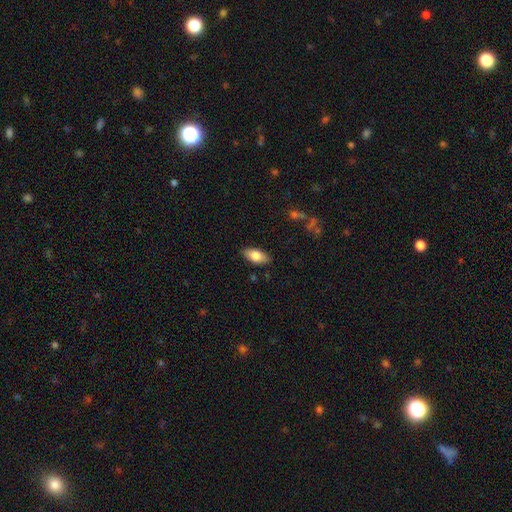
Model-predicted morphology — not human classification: Smooth or featured?
  - smooth: 80% *
  - featured or disk: 13%
  - star or artifact: 7%
How rounded?
  - in between: 90% *
  - cigar-shaped: 7%
  - round: 3%
Merging?
  - none: 86% *
  - minor disturbance: 10%
  - major disturbance: 2%
  - merger: 1%